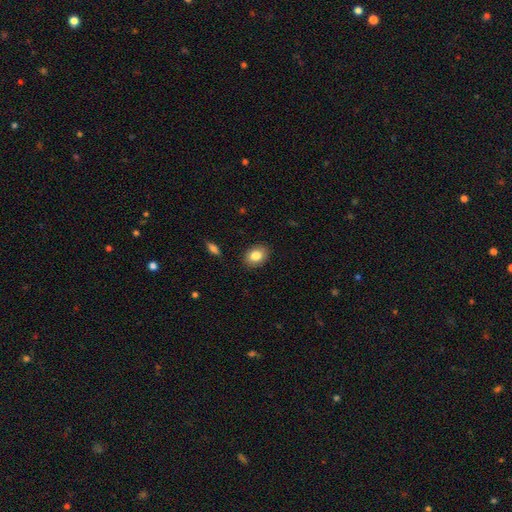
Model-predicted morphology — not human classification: smooth-or-featured: smooth: 83% | featured or disk: 8% | star or artifact: 8%
  how-rounded: in between: 69% | round: 30% | cigar-shaped: 1%
  merging: none: 88% | minor disturbance: 9% | major disturbance: 2% | merger: 1%